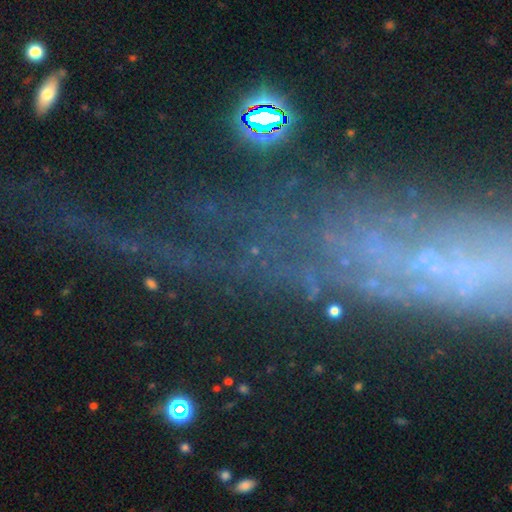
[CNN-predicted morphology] Smooth or featured: featured or disk — 45% (star or artifact — 38%)
Merging: none — 48% (major disturbance — 28%)